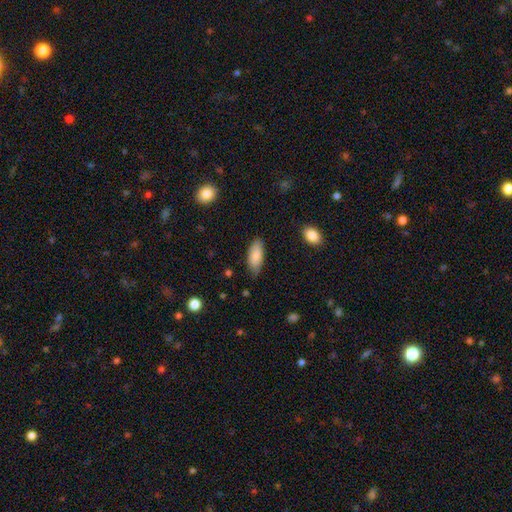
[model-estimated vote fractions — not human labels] A smooth galaxy with no disk features (86%) that is in between round and cigar-shaped (80%).

Vote fractions:
- Smooth or featured? smooth: 86% / featured or disk: 7% / star or artifact: 6%
- How rounded? in between: 80% / cigar-shaped: 19% / round: 2%
- Merging? none: 77% / minor disturbance: 18% / major disturbance: 3% / merger: 1%